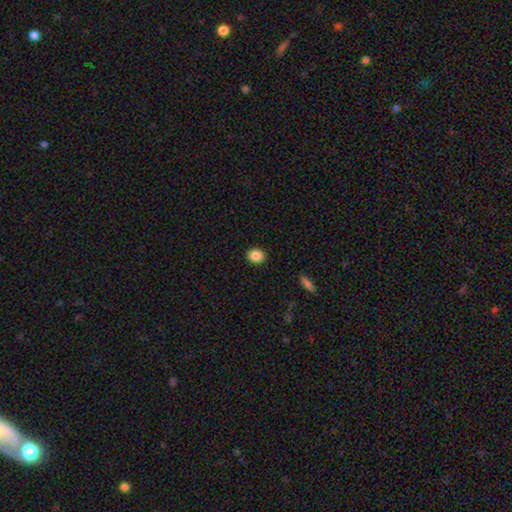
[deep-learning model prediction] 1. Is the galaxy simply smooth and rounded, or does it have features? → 87% smooth, 9% star or artifact, 4% featured or disk.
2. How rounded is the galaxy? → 55% round, 44% in between, 1% cigar-shaped.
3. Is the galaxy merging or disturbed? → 91% none, 6% minor disturbance, 2% major disturbance, 1% merger.